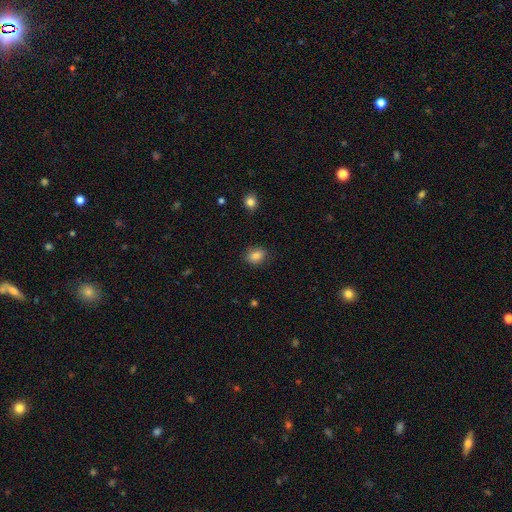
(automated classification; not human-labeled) Smooth or featured? Predicted: smooth (p=0.85). How rounded? Predicted: round (p=0.50). Merging? Predicted: none (p=0.84).